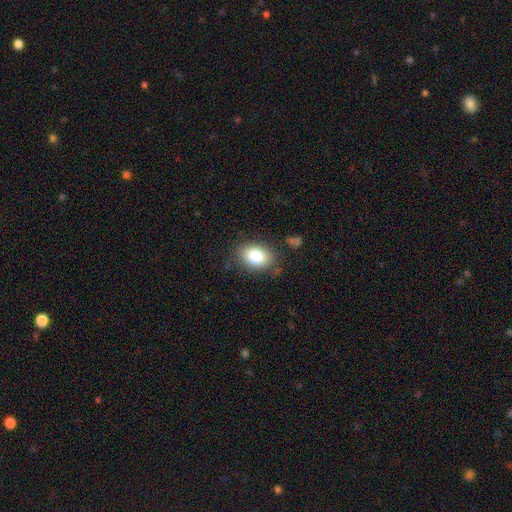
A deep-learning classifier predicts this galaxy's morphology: This is clearly a smooth galaxy (85%). How rounded: clearly in between (80%). Merging: clearly none (80%).